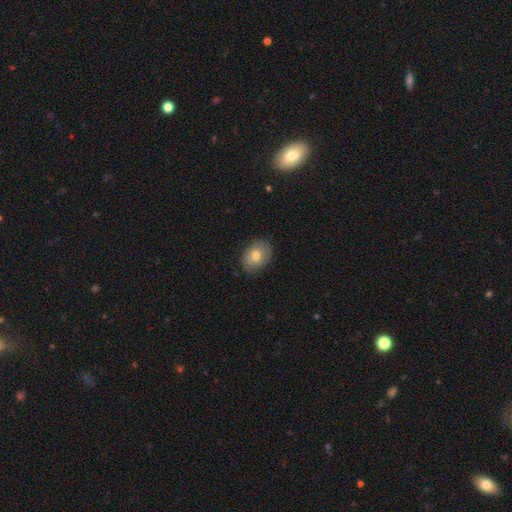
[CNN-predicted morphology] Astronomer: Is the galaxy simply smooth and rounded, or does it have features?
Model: smooth — 69%.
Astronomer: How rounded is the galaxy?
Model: in between — 70%.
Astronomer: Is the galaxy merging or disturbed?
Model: none — 77%.